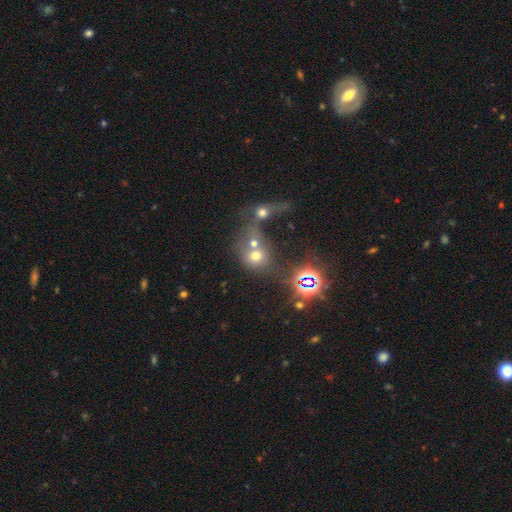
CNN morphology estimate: Smooth or featured: smooth — 57% (star or artifact — 26%)
How rounded: round — 70% (in between — 28%)
Merging: merger — 57% (none — 28%)